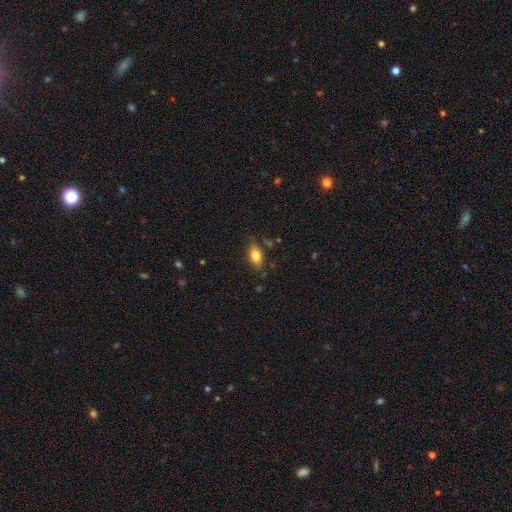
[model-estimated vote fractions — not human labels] smooth-or-featured: smooth: 81% | featured or disk: 11% | star or artifact: 8%
  how-rounded: in between: 88% | round: 8% | cigar-shaped: 4%
  merging: none: 77% | minor disturbance: 17% | major disturbance: 4% | merger: 2%